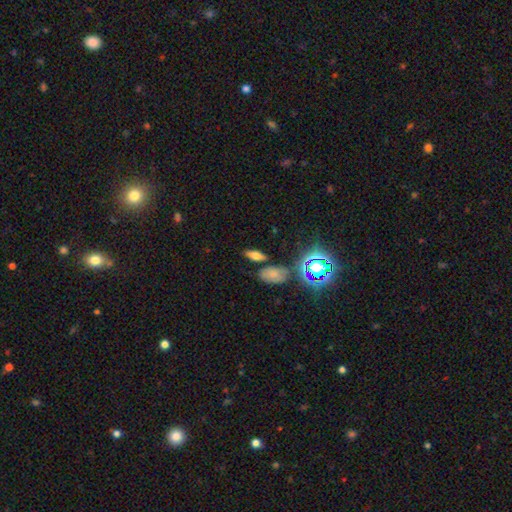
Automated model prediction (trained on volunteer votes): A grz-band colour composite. It shows a smooth galaxy with no disk features (58%) that is in between round and cigar-shaped (68%). Merging: none (78%).